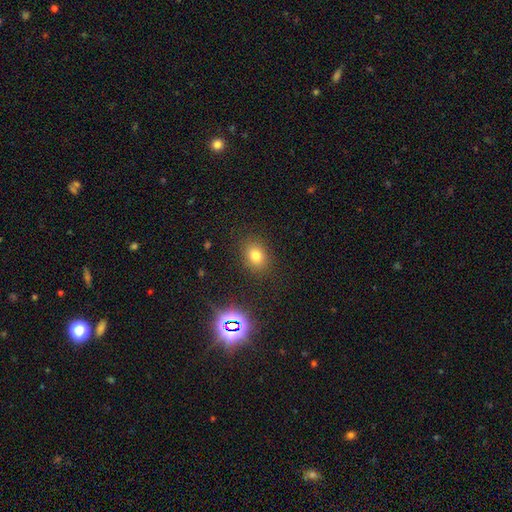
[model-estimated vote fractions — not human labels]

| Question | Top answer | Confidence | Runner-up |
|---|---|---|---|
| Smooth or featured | smooth | 75% | star or artifact (17%) |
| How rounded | round | 50% | in between (49%) |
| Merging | none | 86% | minor disturbance (9%) |